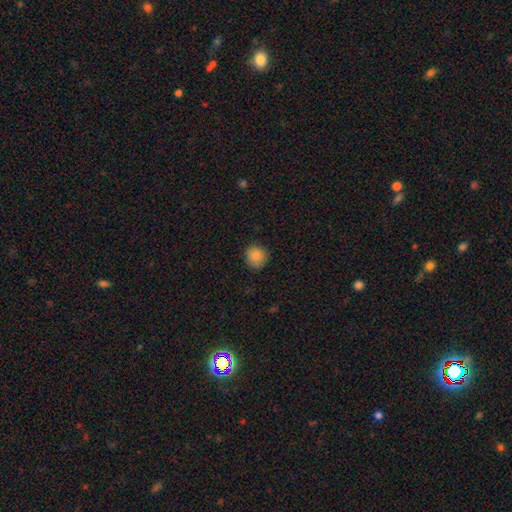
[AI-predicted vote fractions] Morphology: type=smooth (87%); roundness=round (89%); merging=none (85%).